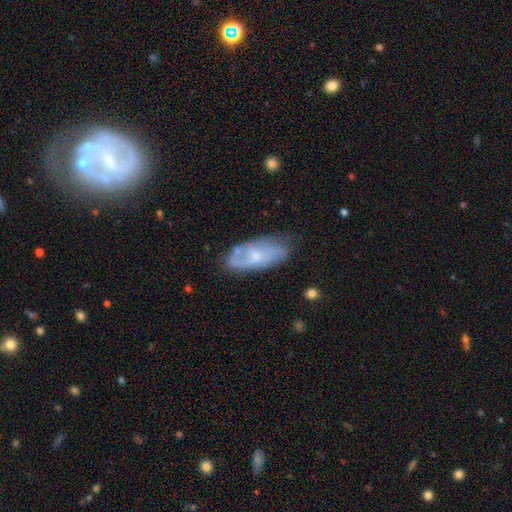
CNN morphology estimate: This is possibly a featured or disk galaxy (59%). It is clearly not viewed edge-on (88%). Bar: likely no (69%). Spiral arm pattern: likely yes (75%). Central bulge: possibly small (54%). Merging: likely none (64%).